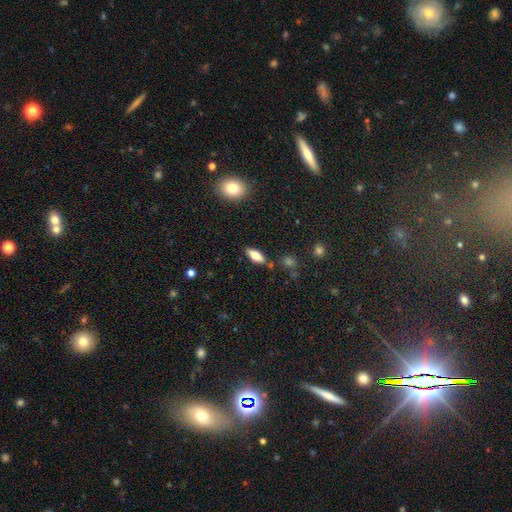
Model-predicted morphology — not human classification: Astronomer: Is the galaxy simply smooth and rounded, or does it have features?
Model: smooth — 68%.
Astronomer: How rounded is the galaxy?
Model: in between — 75%.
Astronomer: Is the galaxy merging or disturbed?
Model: none — 82%.